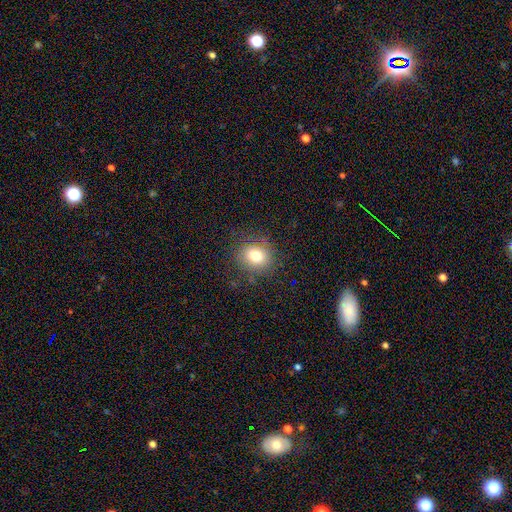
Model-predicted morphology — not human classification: This appears to be a smooth galaxy with no disk features (76%) that is round (75%). Merging: none (82%).